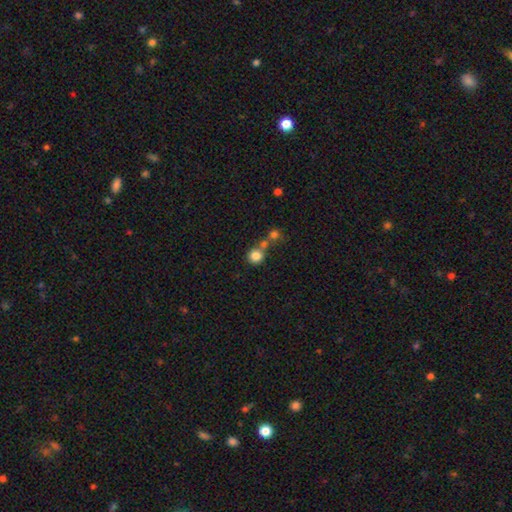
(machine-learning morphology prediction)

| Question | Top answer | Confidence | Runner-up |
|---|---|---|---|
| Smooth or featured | smooth | 80% | star or artifact (12%) |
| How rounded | round | 91% | in between (8%) |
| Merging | none | 51% | merger (37%) |